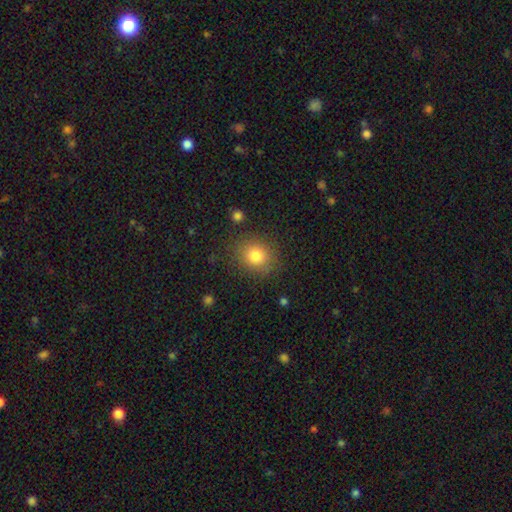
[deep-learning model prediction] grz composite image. It shows a smooth galaxy with no disk features (80%) that is round (70%). Merging: none (83%).